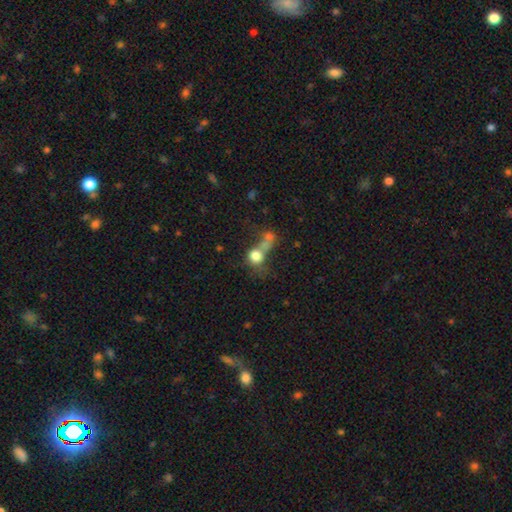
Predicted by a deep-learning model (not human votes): Smooth or featured: smooth — 72% (featured or disk — 16%)
How rounded: round — 70% (in between — 27%)
Merging: merger — 46% (none — 23%)